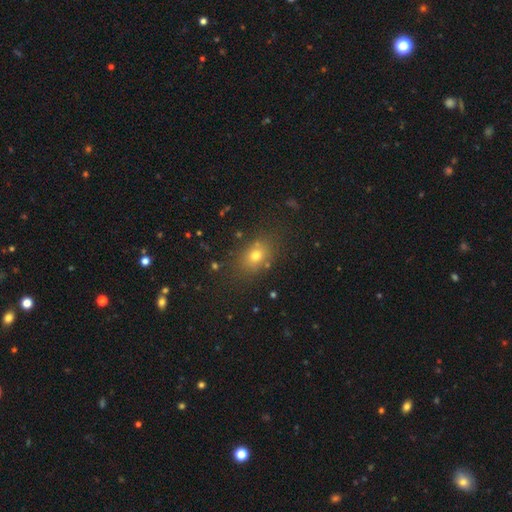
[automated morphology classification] smooth-or-featured: smooth: 72% | star or artifact: 17% | featured or disk: 11%
  how-rounded: in between: 59% | round: 39% | cigar-shaped: 2%
  merging: none: 80% | minor disturbance: 12% | major disturbance: 5% | merger: 4%